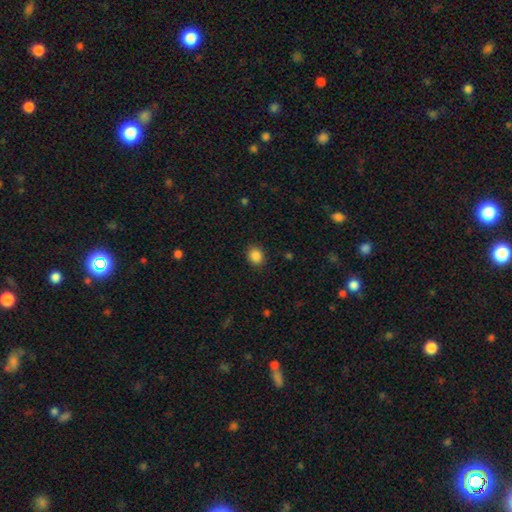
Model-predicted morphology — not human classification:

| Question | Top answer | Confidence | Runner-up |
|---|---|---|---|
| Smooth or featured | smooth | 87% | star or artifact (10%) |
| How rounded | round | 65% | in between (34%) |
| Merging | none | 88% | minor disturbance (8%) |